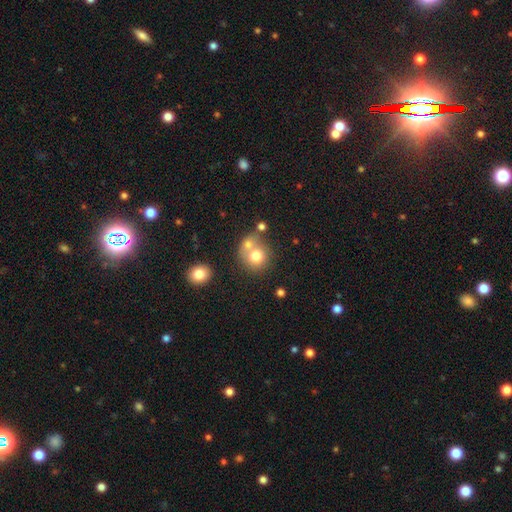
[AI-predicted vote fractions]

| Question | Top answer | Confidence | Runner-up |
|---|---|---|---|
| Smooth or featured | smooth | 74% | featured or disk (16%) |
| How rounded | round | 83% | in between (16%) |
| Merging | merger | 46% | none (41%) |